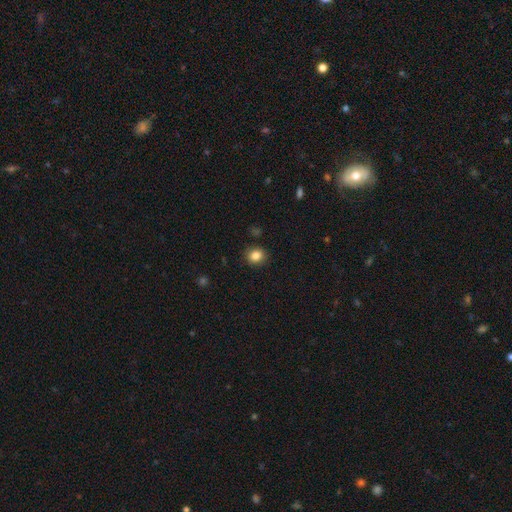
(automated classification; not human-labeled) This appears to be a smooth galaxy with no disk features (85%) that is round (77%). Merging: none (89%).